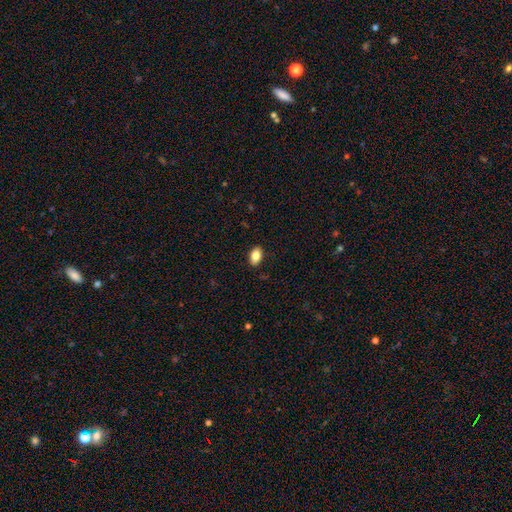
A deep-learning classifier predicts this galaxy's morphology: Smooth or featured: smooth — 85% (star or artifact — 8%)
How rounded: in between — 91% (round — 7%)
Merging: none — 88% (minor disturbance — 9%)